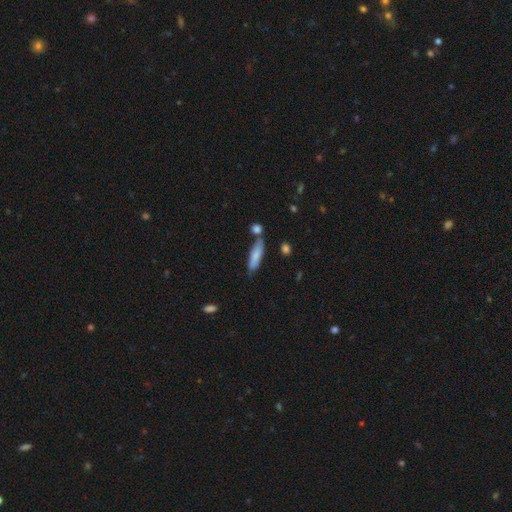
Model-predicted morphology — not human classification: Smooth or featured: smooth — 79% (featured or disk — 15%)
How rounded: cigar-shaped — 64% (in between — 34%)
Merging: none — 68% (minor disturbance — 17%)